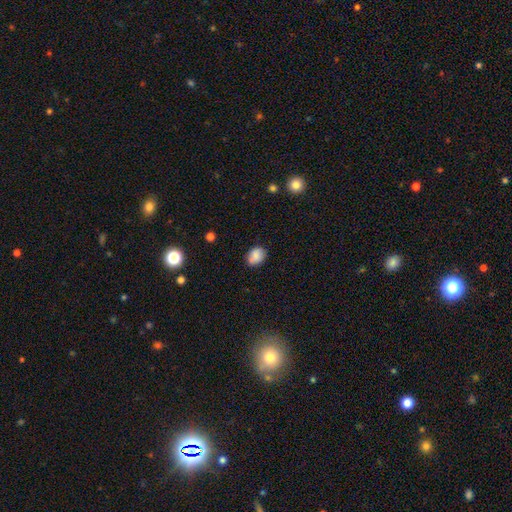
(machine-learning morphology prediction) Smooth or featured?
  - smooth: 82% *
  - featured or disk: 9%
  - star or artifact: 9%
How rounded?
  - in between: 64% *
  - round: 35%
  - cigar-shaped: 1%
Merging?
  - none: 70% *
  - minor disturbance: 20%
  - merger: 6%
  - major disturbance: 4%